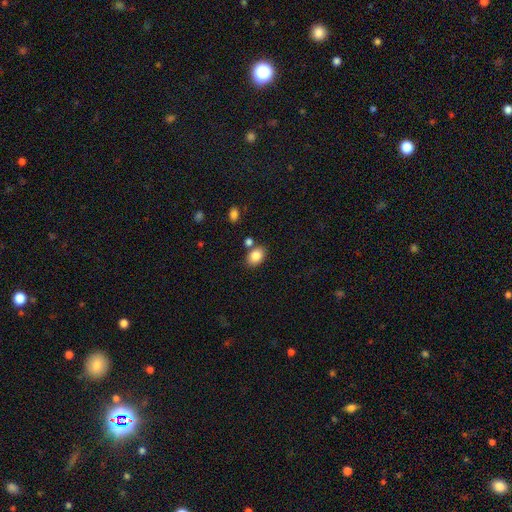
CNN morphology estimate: This appears to be a smooth galaxy with no disk features (85%) that is in between round and cigar-shaped (76%). Merging: none (74%).